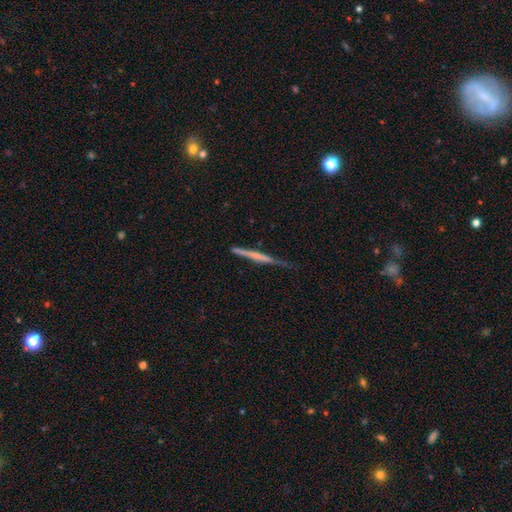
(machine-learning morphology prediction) Smooth or featured? Predicted: featured or disk (p=0.54). Edge-on disk? Predicted: yes (p=0.96). Edge-on bulge? Predicted: none (p=0.67). Merging? Predicted: none (p=0.69).